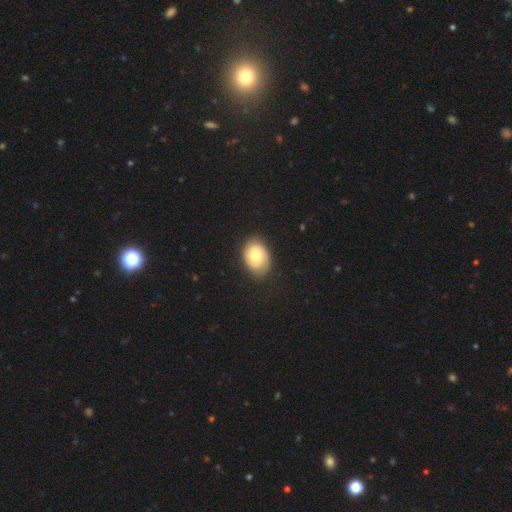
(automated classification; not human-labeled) smooth-or-featured: smooth: 52% | featured or disk: 41% | star or artifact: 7%
  how-rounded: in between: 69% | round: 30% | cigar-shaped: 1%
  merging: none: 79% | minor disturbance: 15% | major disturbance: 4% | merger: 1%